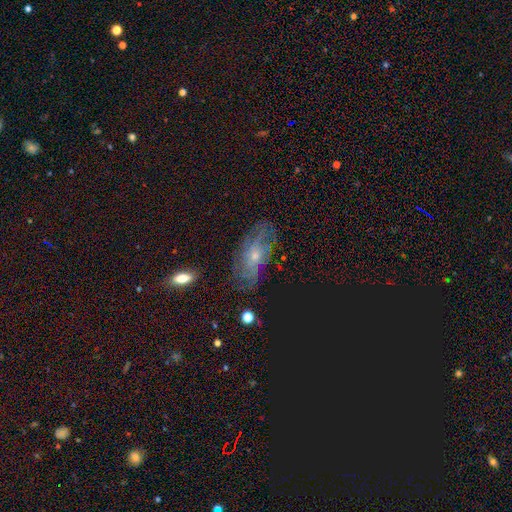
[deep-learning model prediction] Smooth or featured?
  - featured or disk: 63% *
  - smooth: 19%
  - star or artifact: 18%
Edge-on disk?
  - no: 88% *
  - yes: 12%
Bar?
  - no: 74% *
  - weak: 21%
  - strong: 5%
Spiral arms?
  - yes: 85% *
  - no: 15%
Bulge size?
  - small: 68% *
  - moderate: 26%
  - none: 2%
  - large: 2%
  - dominant: 1%
Merging?
  - none: 75% *
  - minor disturbance: 17%
  - major disturbance: 7%
  - merger: 2%